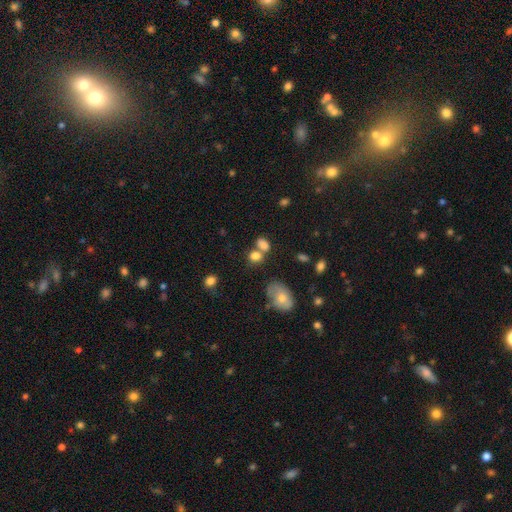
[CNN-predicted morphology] Smooth or featured: smooth — 79% (star or artifact — 12%)
How rounded: in between — 53% (round — 45%)
Merging: none — 42% (merger — 41%)